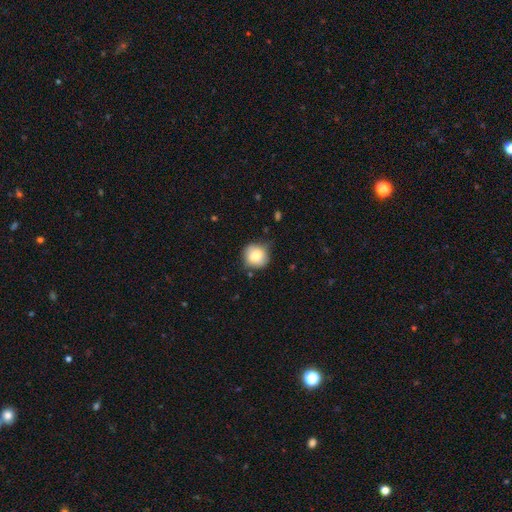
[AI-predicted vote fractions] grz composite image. It shows a smooth galaxy with no disk features (79%) that is round (87%). Merging: none (73%).